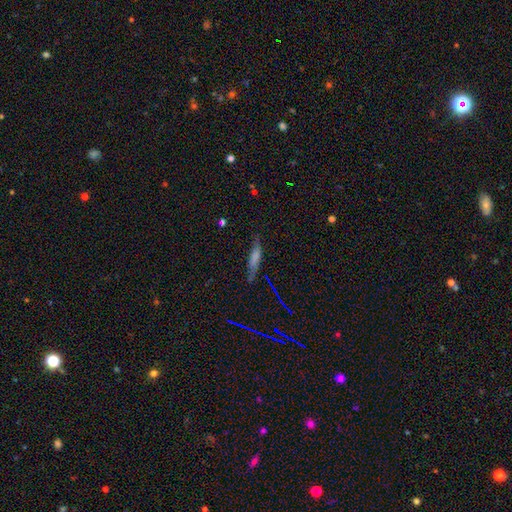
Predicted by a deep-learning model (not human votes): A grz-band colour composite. It shows a smooth galaxy with no disk features (44%). Merging: none (74%).